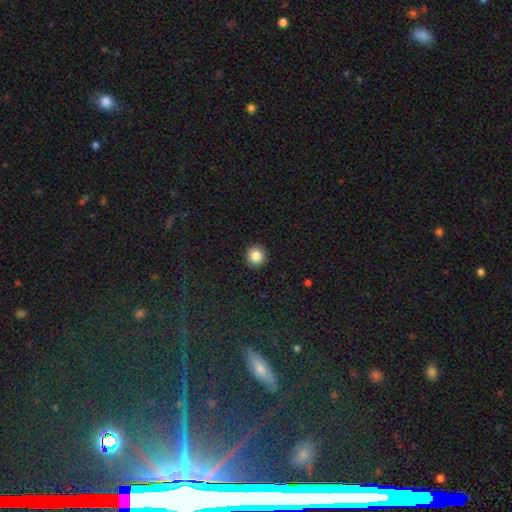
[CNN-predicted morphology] This is clearly a smooth galaxy (85%). How rounded: clearly round (94%). Merging: clearly none (93%).